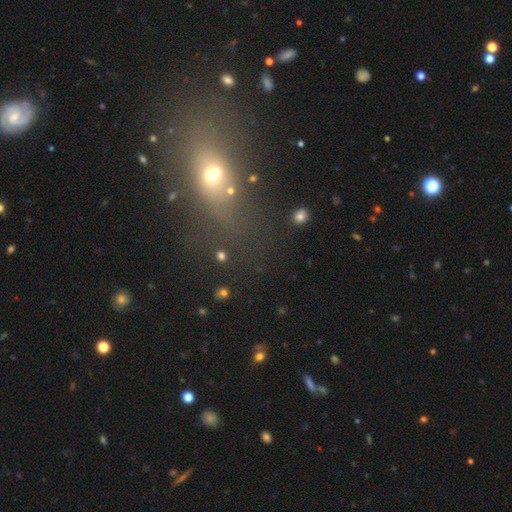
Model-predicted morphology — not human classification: Q: Smooth or featured?
A: smooth (42%); runner-up: star or artifact (41%)
Q: Merging?
A: none (67%); runner-up: minor disturbance (13%)